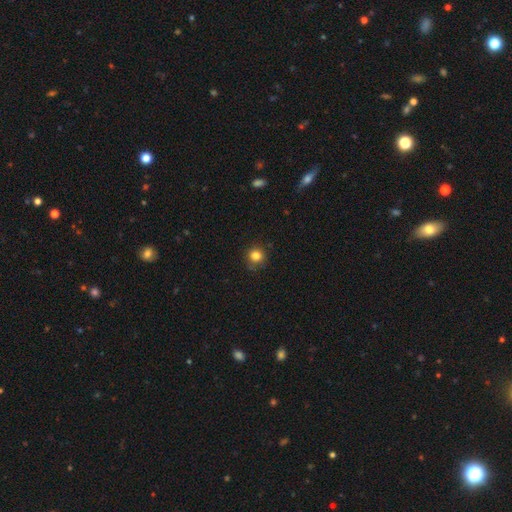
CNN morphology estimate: smooth-or-featured: smooth: 83% | star or artifact: 12% | featured or disk: 5%
  how-rounded: round: 90% | in between: 9% | cigar-shaped: 1%
  merging: none: 82% | minor disturbance: 13% | major disturbance: 3% | merger: 1%